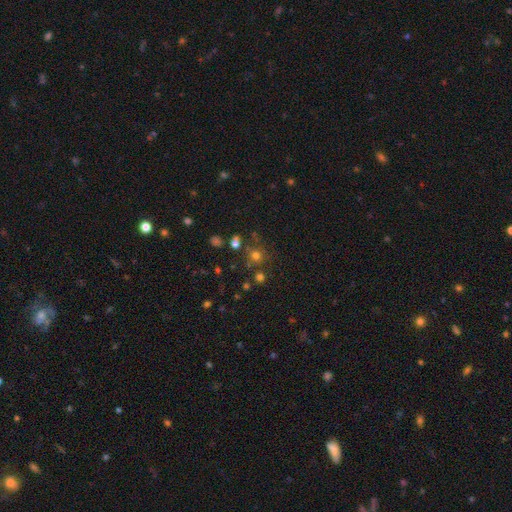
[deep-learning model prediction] This appears to be a smooth galaxy with no disk features (63%) that is round (88%). Merging: none (71%).